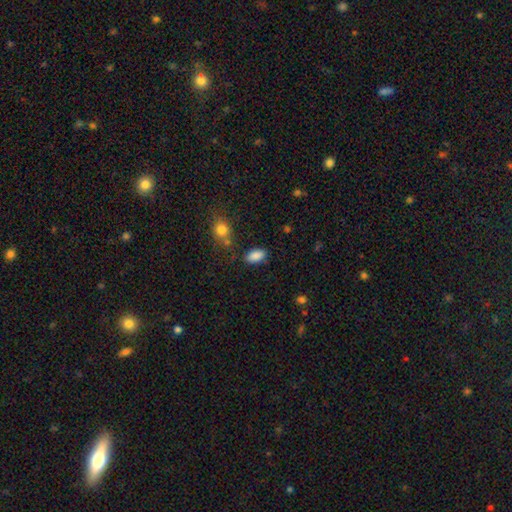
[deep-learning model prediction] This is clearly a smooth galaxy (87%). How rounded: clearly in between (92%). Merging: clearly none (81%).